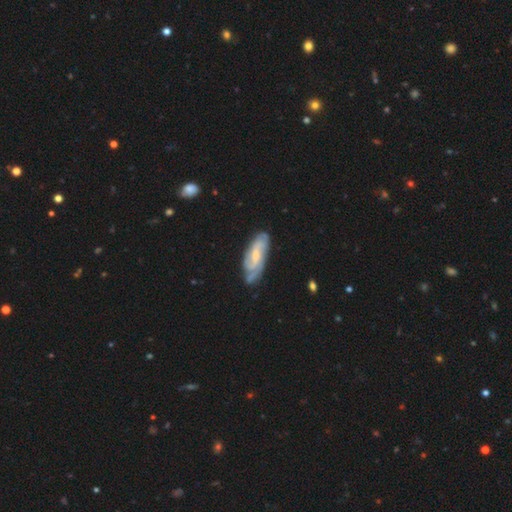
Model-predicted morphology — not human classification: This appears to be a featured or disk galaxy (76%) with a weak bar (44%, tied with no), 2 (36%) tight (47%) spiral arms (95%) and a small central bulge (53%). Merging: none (72%).